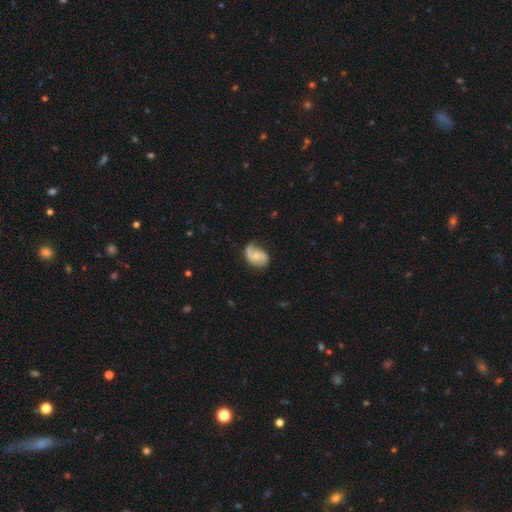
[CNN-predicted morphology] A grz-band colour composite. It shows a featured or disk galaxy (70%) with no bar (58%), 2 (78%) loose (42%) spiral arms (93%) and a small central bulge (46%). Merging: none (60%).